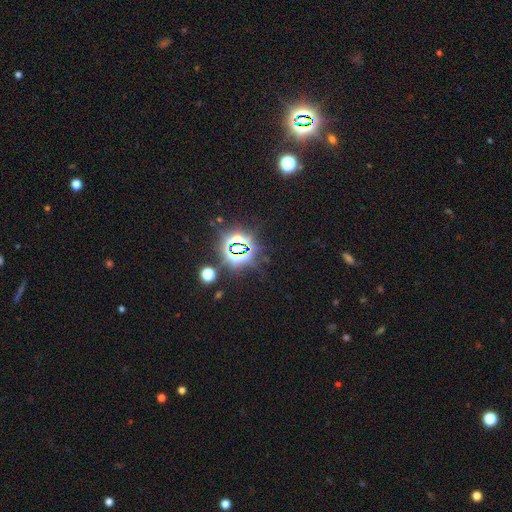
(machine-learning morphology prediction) Smooth or featured? star or artifact (83%)